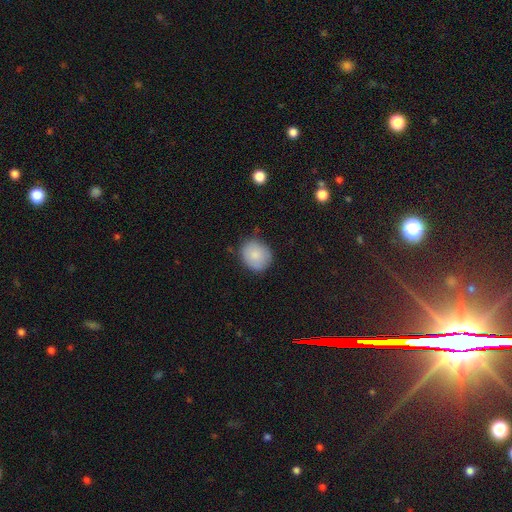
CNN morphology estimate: This is clearly a smooth galaxy (84%). How rounded: likely round (72%). Merging: likely none (77%).